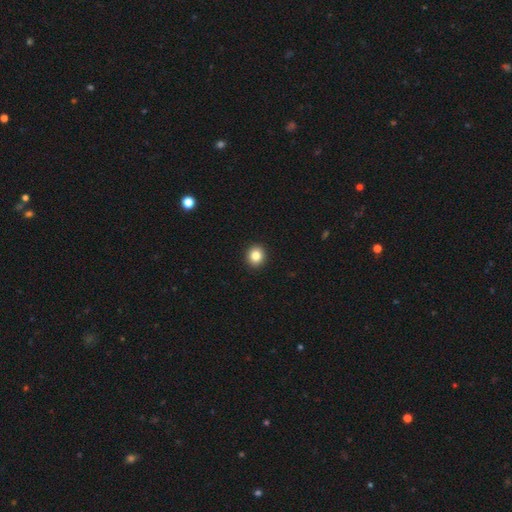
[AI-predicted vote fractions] A smooth galaxy with no disk features (85%) that is round (83%). Merging: none (93%).